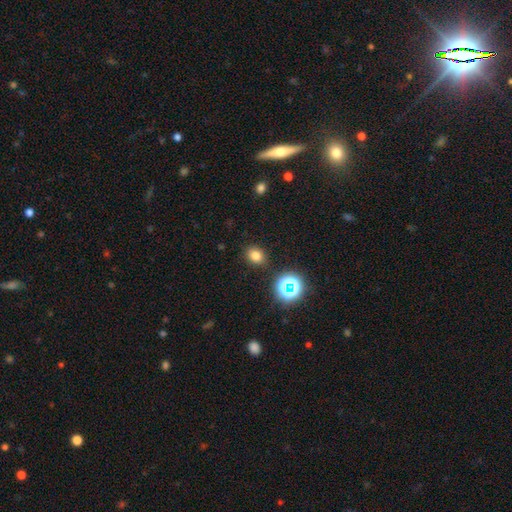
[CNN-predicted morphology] The model was most divided on "how rounded": round: 53%, in between: 46%, cigar-shaped: 1%. More confident: merging — none (86%); smooth or featured — smooth (75%).